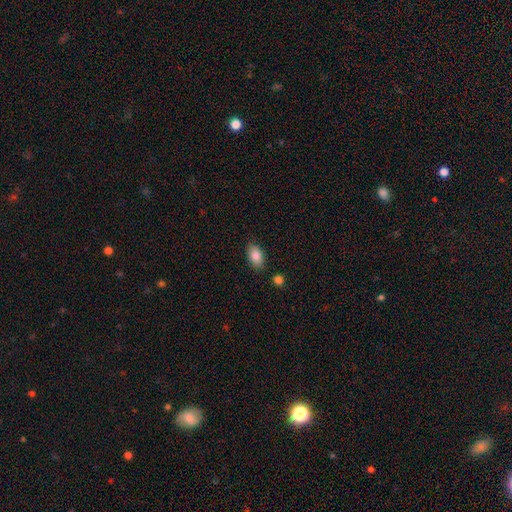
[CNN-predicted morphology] type=smooth (85%); roundness=in between (90%); merging=none (83%).